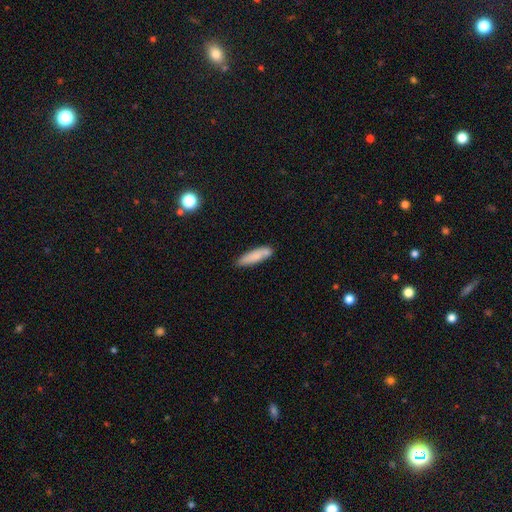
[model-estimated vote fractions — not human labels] smooth-or-featured: smooth: 80% | featured or disk: 13% | star or artifact: 7%
  how-rounded: cigar-shaped: 67% | in between: 31% | round: 2%
  merging: none: 69% | minor disturbance: 17% | merger: 10% | major disturbance: 3%